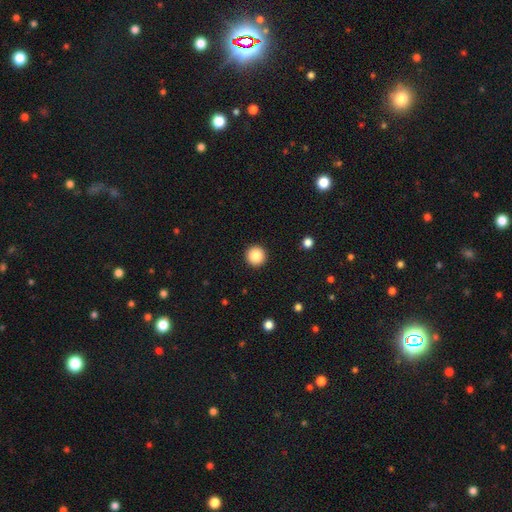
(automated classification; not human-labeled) Q: Smooth or featured?
A: smooth (85%); runner-up: star or artifact (10%)
Q: How rounded?
A: round (96%); runner-up: in between (3%)
Q: Merging?
A: none (93%); runner-up: minor disturbance (4%)